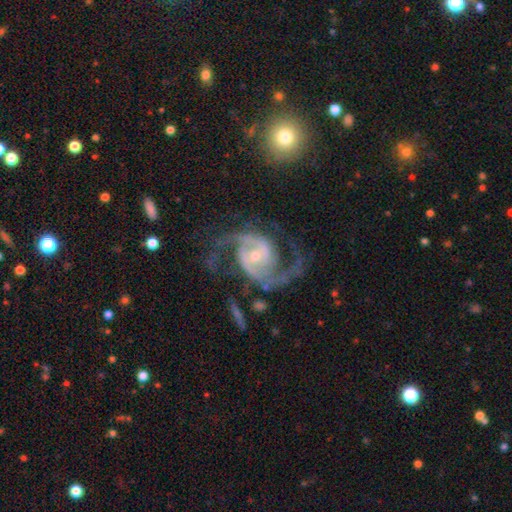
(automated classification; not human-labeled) Smooth or featured? featured or disk (92%)
Edge-on disk? no (98%)
Bar? no (49%)
Spiral arms? yes (98%)
Spiral winding? medium (56%)
Spiral arm count? 2 (89%)
Bulge size? small (58%)
Merging? none (67%)